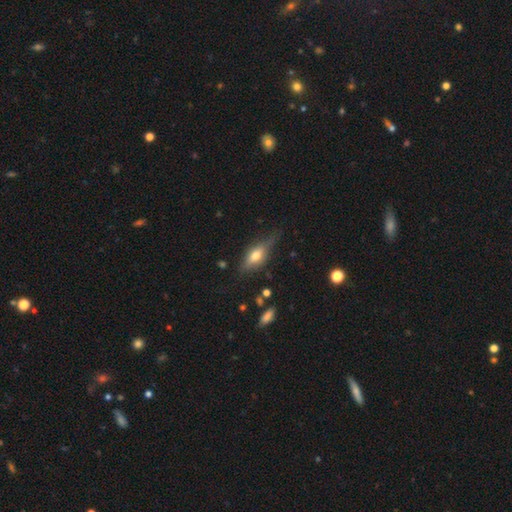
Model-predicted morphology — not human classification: Smooth or featured?
  - smooth: 49% *
  - featured or disk: 43%
  - star or artifact: 8%
Merging?
  - none: 63% *
  - minor disturbance: 25%
  - major disturbance: 9%
  - merger: 2%